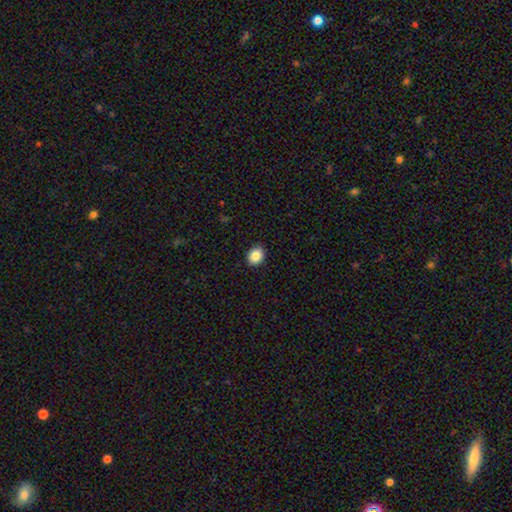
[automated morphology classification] This appears to be a smooth galaxy with no disk features (87%) that is in between round and cigar-shaped (50%). Merging: none (91%).